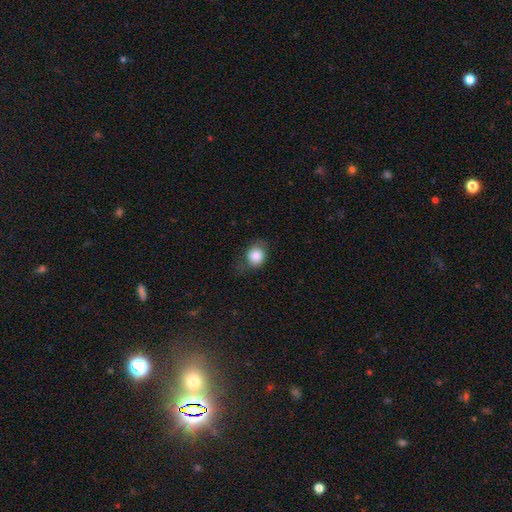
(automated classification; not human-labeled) Smooth or featured?
  - smooth: 83% *
  - star or artifact: 9%
  - featured or disk: 8%
How rounded?
  - round: 67% *
  - in between: 32%
  - cigar-shaped: 1%
Merging?
  - none: 65% *
  - minor disturbance: 24%
  - major disturbance: 10%
  - merger: 1%